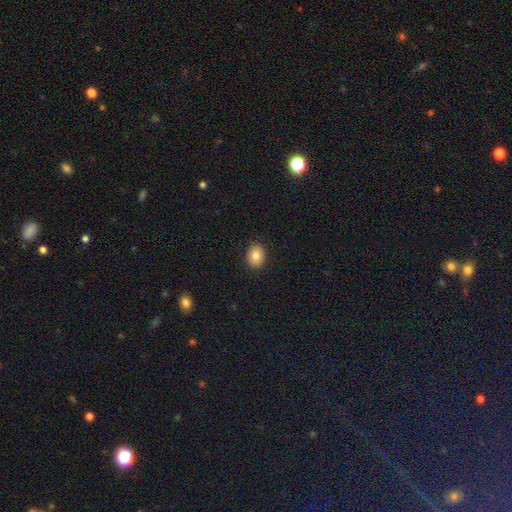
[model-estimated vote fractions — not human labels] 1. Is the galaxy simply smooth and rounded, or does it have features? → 86% smooth, 8% star or artifact, 6% featured or disk.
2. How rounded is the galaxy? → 72% in between, 27% round, 1% cigar-shaped.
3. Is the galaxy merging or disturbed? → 90% none, 7% minor disturbance, 2% major disturbance, 1% merger.